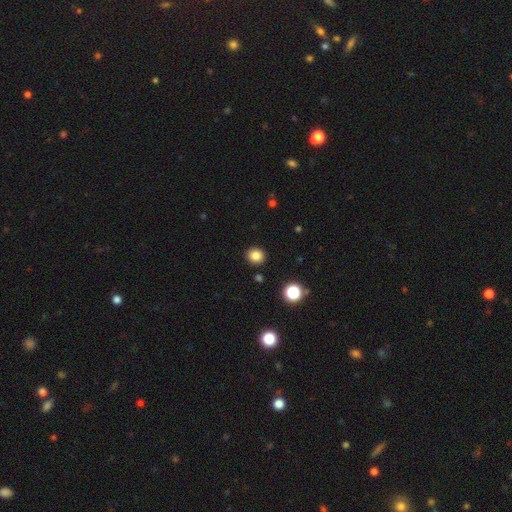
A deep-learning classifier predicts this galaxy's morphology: smooth-or-featured: smooth: 84% | star or artifact: 12% | featured or disk: 4%
  how-rounded: round: 82% | in between: 18% | cigar-shaped: 1%
  merging: none: 90% | minor disturbance: 6% | major disturbance: 2% | merger: 2%